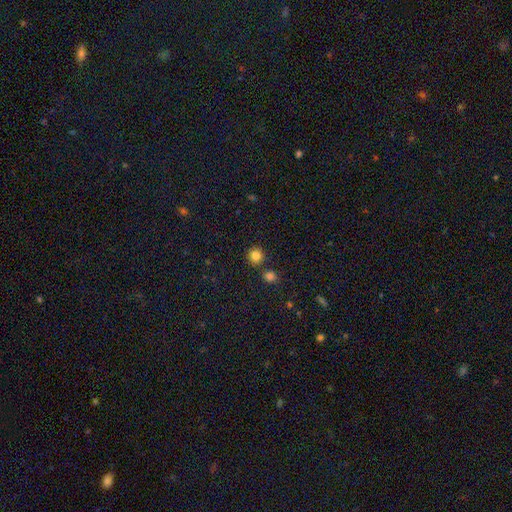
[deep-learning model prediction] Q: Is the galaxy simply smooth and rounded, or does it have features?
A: smooth — 83%.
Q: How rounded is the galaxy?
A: round — 92%.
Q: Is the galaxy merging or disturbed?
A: none — 82%.